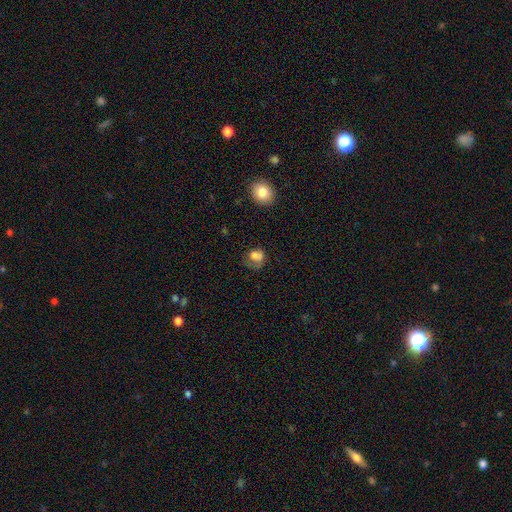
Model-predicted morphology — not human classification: Smooth or featured? Predicted: smooth (p=0.73). How rounded? Predicted: round (p=0.58). Merging? Predicted: none (p=0.38).